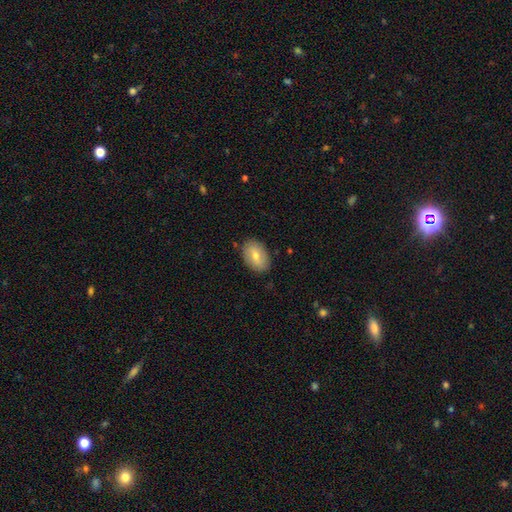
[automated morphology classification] type=smooth (70%); roundness=in between (89%); merging=none (85%).